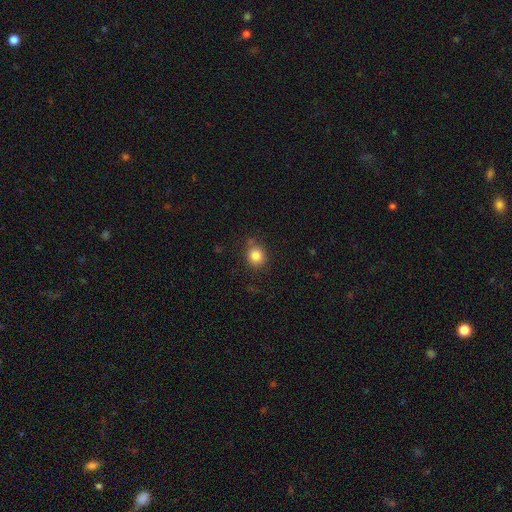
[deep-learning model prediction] Q: Smooth or featured?
A: smooth (83%); runner-up: star or artifact (11%)
Q: How rounded?
A: round (81%); runner-up: in between (18%)
Q: Merging?
A: none (78%); runner-up: minor disturbance (15%)